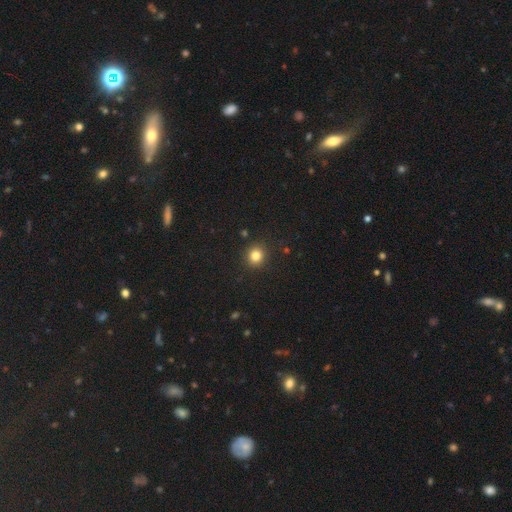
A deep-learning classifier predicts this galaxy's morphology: This is clearly a smooth galaxy (82%). How rounded: clearly round (88%). Merging: clearly none (91%).